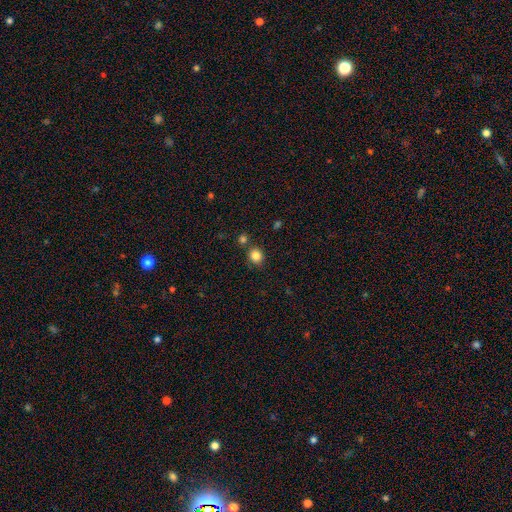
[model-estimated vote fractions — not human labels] A smooth galaxy with no disk features (84%) that is round (79%).

Vote fractions:
- Smooth or featured? smooth: 84% / star or artifact: 11% / featured or disk: 5%
- How rounded? round: 79% / in between: 21% / cigar-shaped: 1%
- Merging? none: 77% / minor disturbance: 11% / merger: 9% / major disturbance: 3%